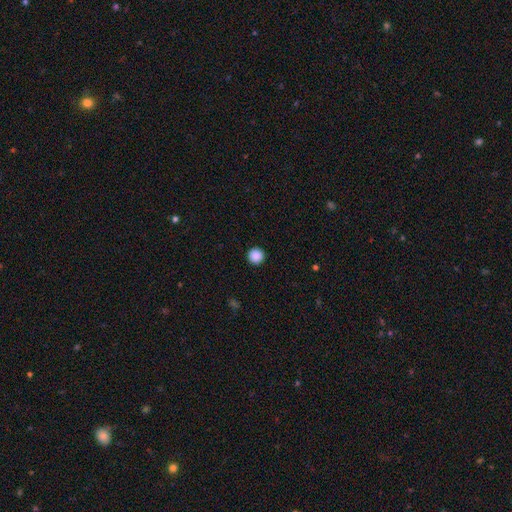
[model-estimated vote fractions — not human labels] Smooth or featured?
  - smooth: 89% *
  - star or artifact: 9%
  - featured or disk: 2%
How rounded?
  - round: 96% *
  - in between: 3%
  - cigar-shaped: 1%
Merging?
  - none: 94% *
  - minor disturbance: 4%
  - major disturbance: 2%
  - merger: 1%